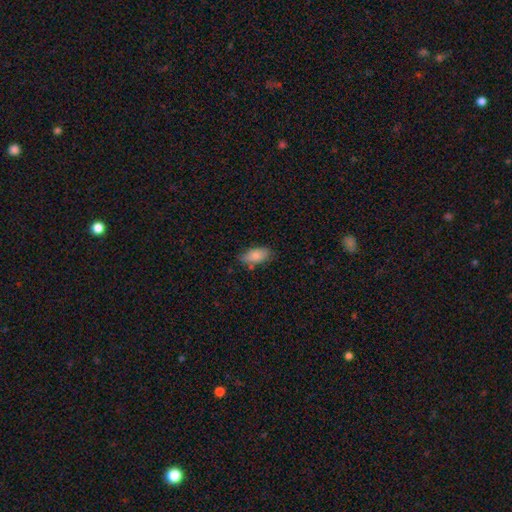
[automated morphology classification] smooth 82%, featured or disk 11%, star or artifact 7%. Down the decision tree: how rounded — in between (90%); merging — none (72%).